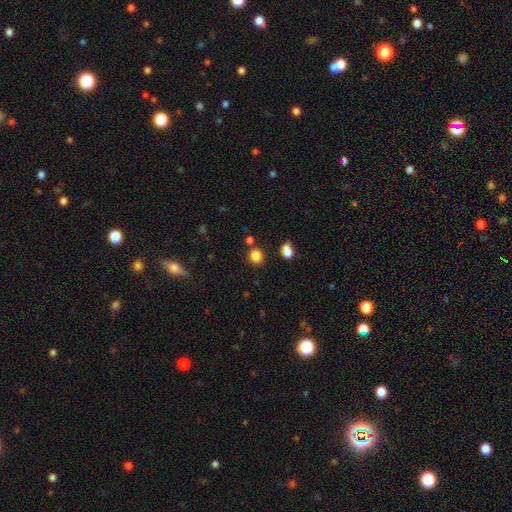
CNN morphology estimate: This appears to be a smooth galaxy with no disk features (84%) that is round (84%). Merging: none (81%).